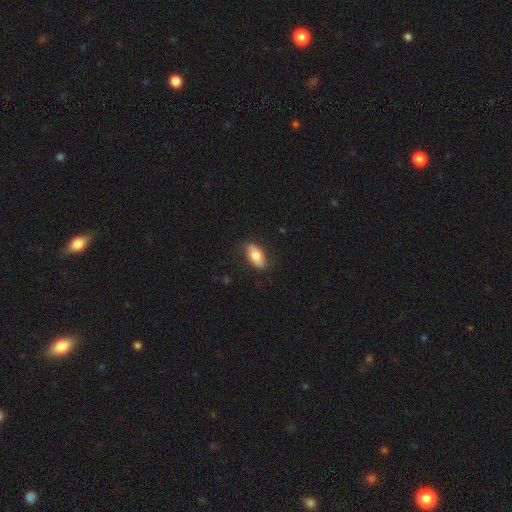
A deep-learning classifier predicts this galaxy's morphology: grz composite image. It shows a smooth galaxy with no disk features (77%) that is in between round and cigar-shaped (91%). Merging: none (82%).